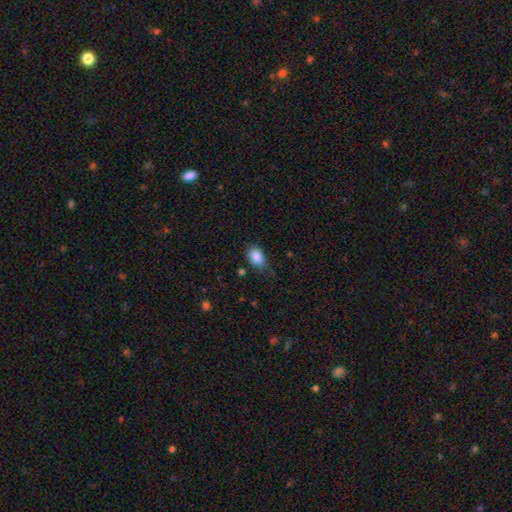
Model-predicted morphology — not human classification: smooth 87%, star or artifact 8%, featured or disk 5%. Down the decision tree: how rounded — in between (84%); merging — none (68%).